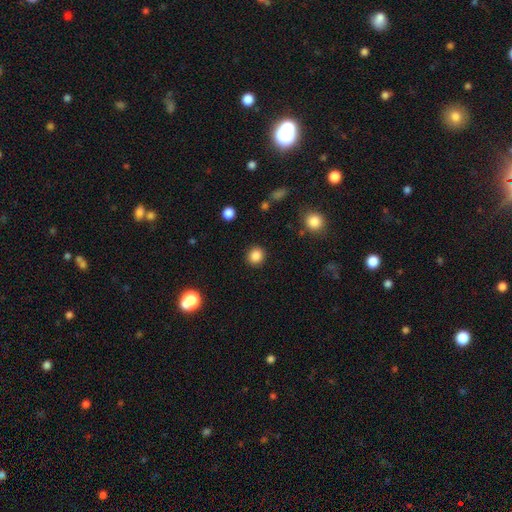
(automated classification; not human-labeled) smooth-or-featured: smooth: 86% | star or artifact: 10% | featured or disk: 4%
  how-rounded: round: 88% | in between: 11% | cigar-shaped: 1%
  merging: none: 90% | minor disturbance: 6% | major disturbance: 2% | merger: 1%